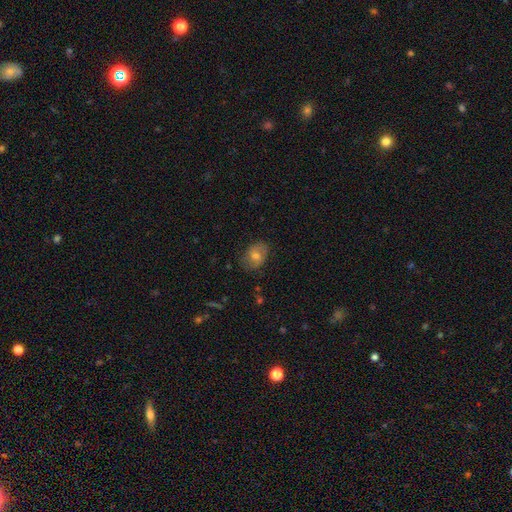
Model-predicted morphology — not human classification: Smooth or featured: smooth — 64% (featured or disk — 27%)
How rounded: in between — 71% (round — 28%)
Merging: none — 74% (minor disturbance — 19%)